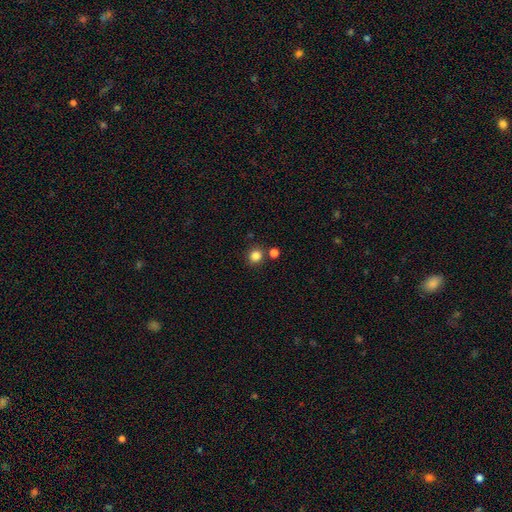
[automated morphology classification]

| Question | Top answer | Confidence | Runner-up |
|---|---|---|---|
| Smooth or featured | smooth | 83% | star or artifact (13%) |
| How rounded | round | 88% | in between (11%) |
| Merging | none | 81% | merger (9%) |